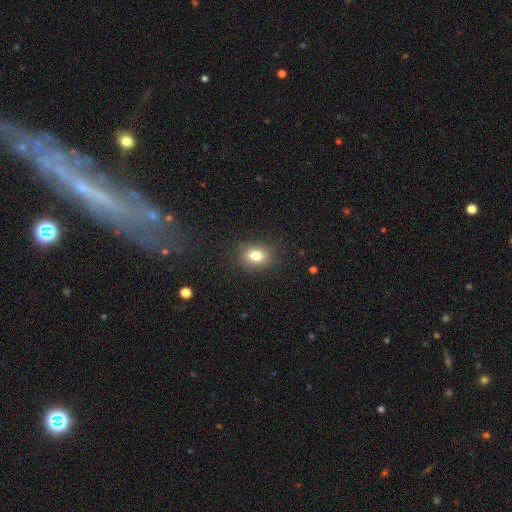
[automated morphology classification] The model was most divided on "how rounded": in between: 56%, round: 43%, cigar-shaped: 1%. More confident: merging — none (84%); smooth or featured — smooth (80%).